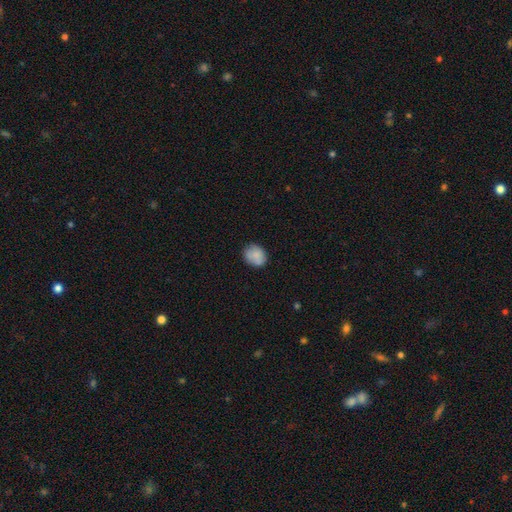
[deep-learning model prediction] Morphology: type=smooth (79%); roundness=round (59%); merging=none (72%).